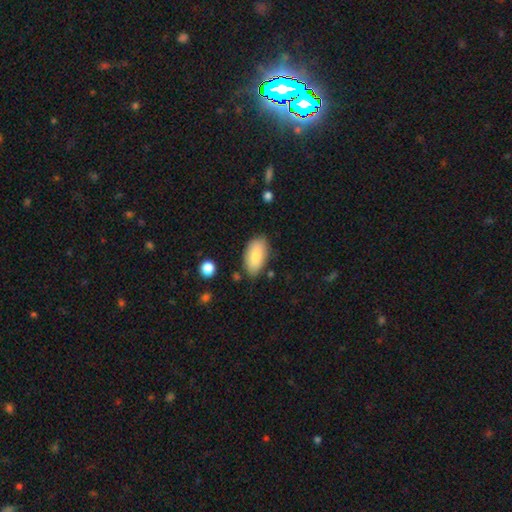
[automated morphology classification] Q: Smooth or featured?
A: smooth (81%); runner-up: featured or disk (13%)
Q: How rounded?
A: in between (93%); runner-up: cigar-shaped (4%)
Q: Merging?
A: none (77%); runner-up: minor disturbance (17%)